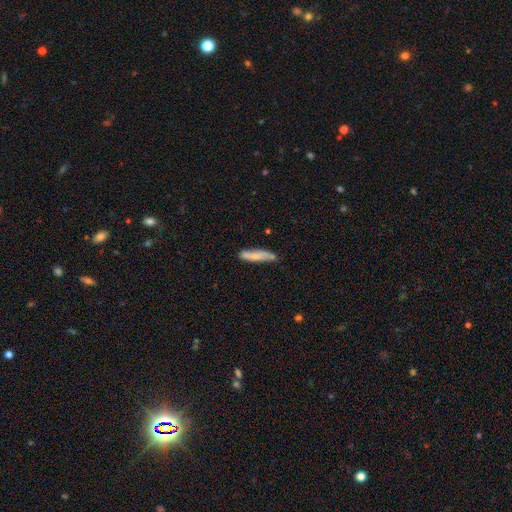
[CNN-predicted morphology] A smooth galaxy with no disk features (67%) that is cigar-shaped (82%). Merging: none (66%).